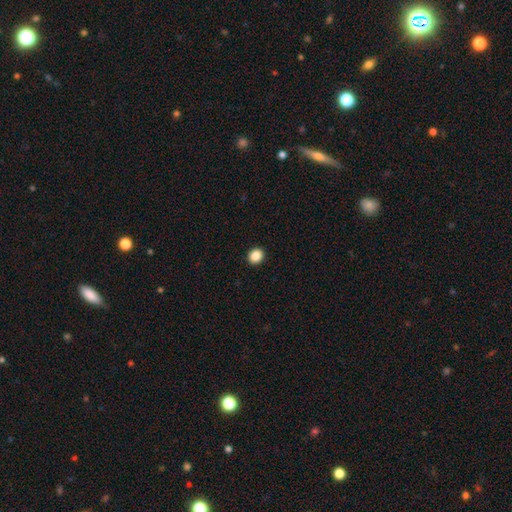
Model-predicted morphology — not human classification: This is clearly a smooth galaxy (88%). How rounded: likely round (75%). Merging: clearly none (93%).